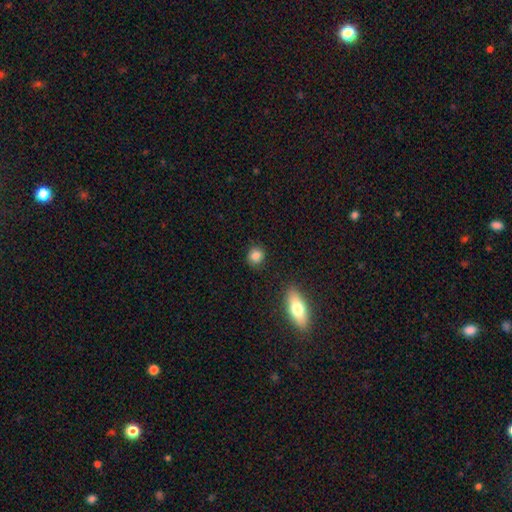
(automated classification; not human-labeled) Smooth or featured? Predicted: smooth (p=0.84). How rounded? Predicted: round (p=0.81). Merging? Predicted: none (p=0.84).